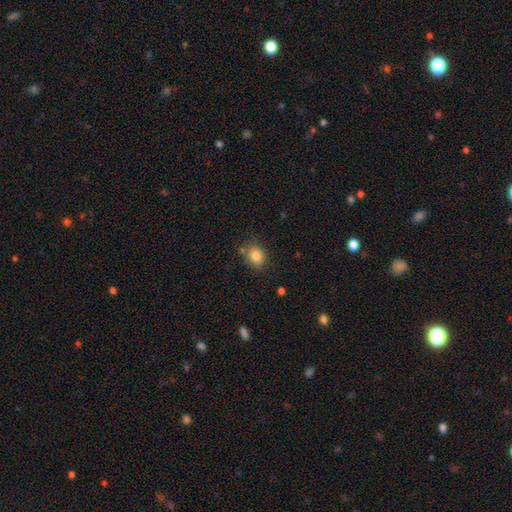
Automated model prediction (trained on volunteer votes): smooth-or-featured: smooth: 83% | star or artifact: 11% | featured or disk: 7%
  how-rounded: round: 60% | in between: 39% | cigar-shaped: 1%
  merging: none: 76% | minor disturbance: 15% | merger: 5% | major disturbance: 4%